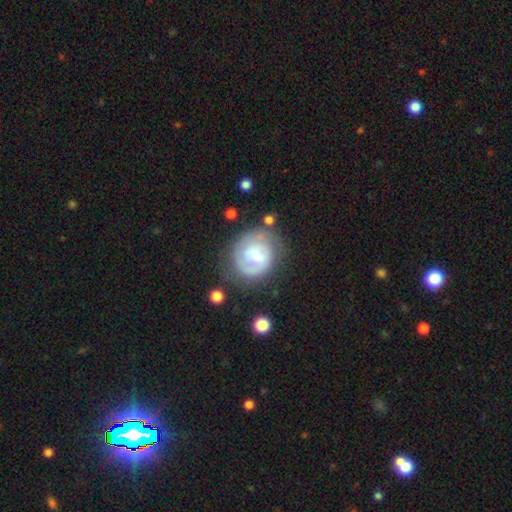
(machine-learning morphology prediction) A featured or disk galaxy (66%) with no bar (52%), 2 (41%) tight (57%) spiral arms (79%) and a moderate central bulge (51%).

Vote fractions:
- Smooth or featured? featured or disk: 66% / smooth: 28% / star or artifact: 6%
- Edge-on disk? no: 97% / yes: 3%
- Bar? no: 52% / weak: 40% / strong: 8%
- Spiral arms? yes: 79% / no: 21%
- Spiral winding? tight: 57% / medium: 30% / loose: 12%
- Spiral arm count? 2: 41% / can't tell: 28% / 1: 22% / 3: 5% / 4: 2% / more than 4: 2%
- Bulge size? moderate: 51% / small: 39% / large: 7% / none: 2% / dominant: 1%
- Merging? none: 65% / minor disturbance: 20% / major disturbance: 11% / merger: 3%